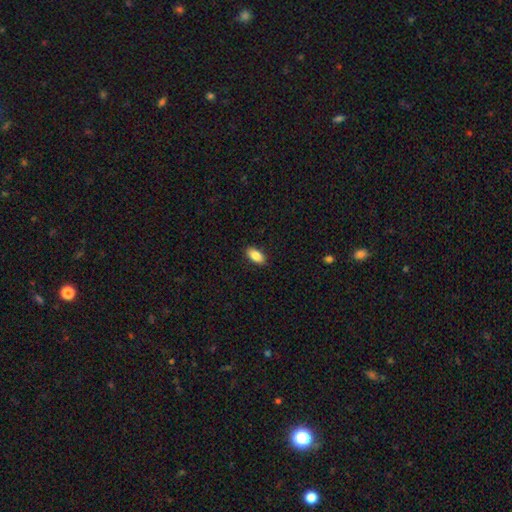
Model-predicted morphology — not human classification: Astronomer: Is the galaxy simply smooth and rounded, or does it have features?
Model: smooth — 86%.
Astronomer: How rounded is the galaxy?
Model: in between — 90%.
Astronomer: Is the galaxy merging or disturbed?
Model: none — 89%.